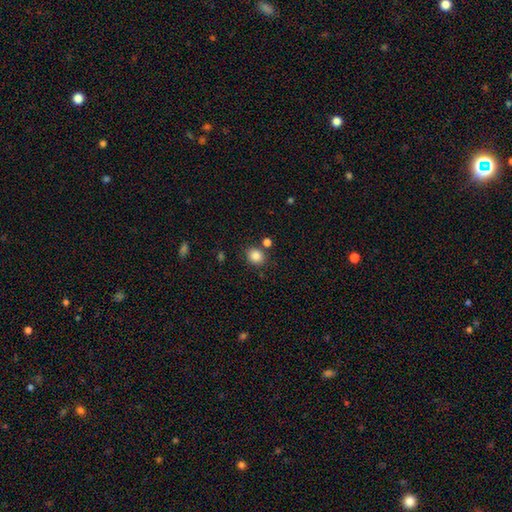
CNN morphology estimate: Overall: smooth (85%). How rounded: round (75%). Merging: none (79%).